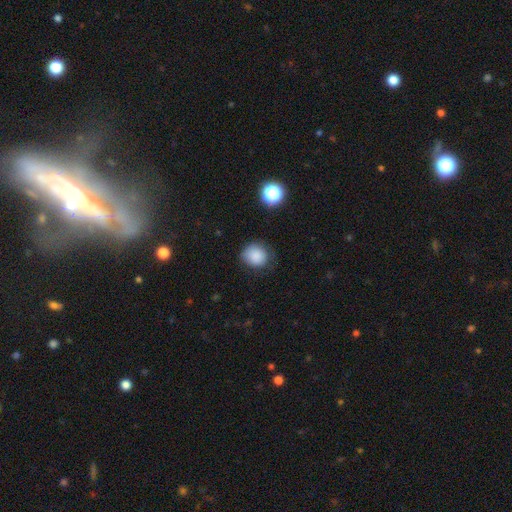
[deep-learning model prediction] This is clearly a smooth galaxy (85%). How rounded: clearly round (80%). Merging: likely none (72%).